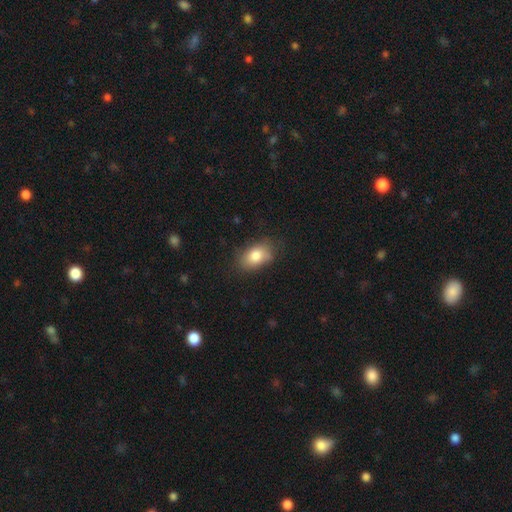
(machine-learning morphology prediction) smooth-or-featured: smooth: 81% | featured or disk: 11% | star or artifact: 8%
  how-rounded: in between: 88% | round: 11% | cigar-shaped: 2%
  merging: none: 71% | minor disturbance: 21% | major disturbance: 6% | merger: 2%